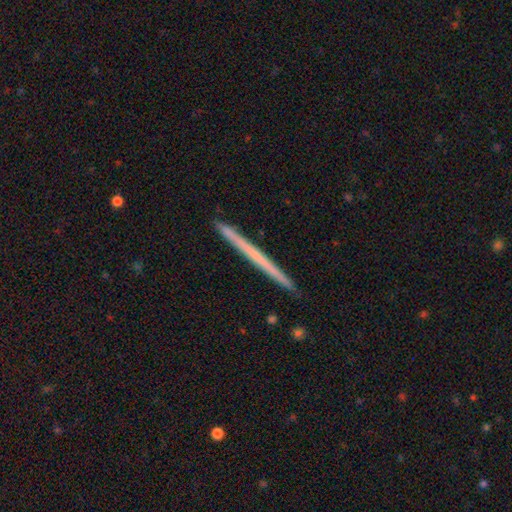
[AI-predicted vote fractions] A featured or disk galaxy (53%) viewed edge-on (98%) with no central bulge (91%). Merging: none (92%).